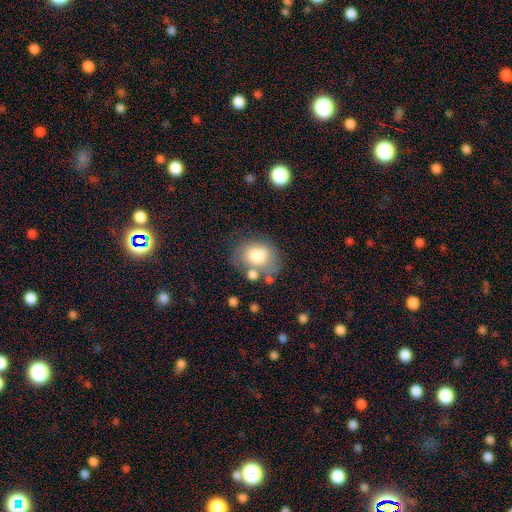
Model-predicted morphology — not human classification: Q: Smooth or featured?
A: smooth (69%); runner-up: featured or disk (22%)
Q: How rounded?
A: in between (52%); runner-up: round (47%)
Q: Merging?
A: none (46%); runner-up: minor disturbance (24%)